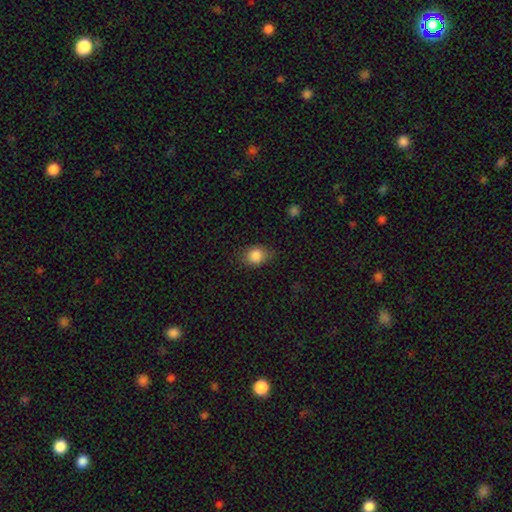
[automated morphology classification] A smooth galaxy with no disk features (85%) that is round (50%). Merging: none (74%).